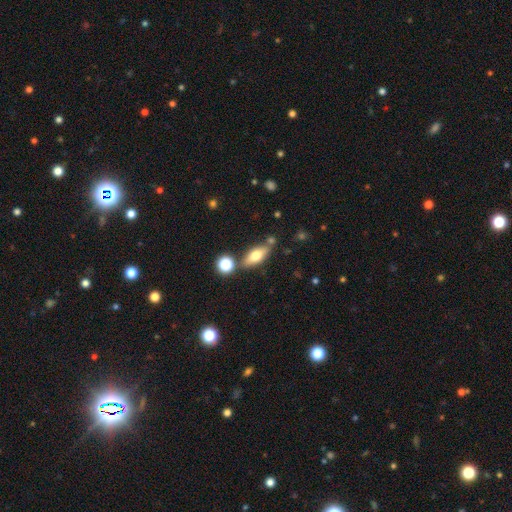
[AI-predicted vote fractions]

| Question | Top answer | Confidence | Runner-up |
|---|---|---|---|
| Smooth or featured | smooth | 64% | featured or disk (27%) |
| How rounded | in between | 72% | cigar-shaped (23%) |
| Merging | none | 73% | minor disturbance (13%) |